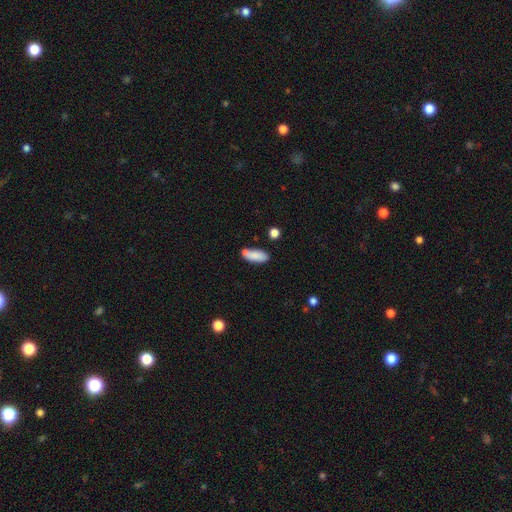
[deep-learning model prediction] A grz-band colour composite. It shows a smooth galaxy with no disk features (84%) that is in between round and cigar-shaped (73%). Merging: none (64%).